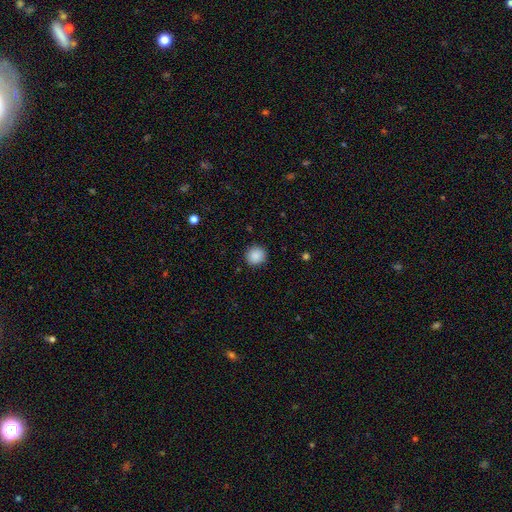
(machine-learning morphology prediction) Smooth or featured?
  - smooth: 89% *
  - star or artifact: 9%
  - featured or disk: 3%
How rounded?
  - round: 91% *
  - in between: 8%
  - cigar-shaped: 1%
Merging?
  - none: 91% *
  - minor disturbance: 6%
  - major disturbance: 2%
  - merger: 1%